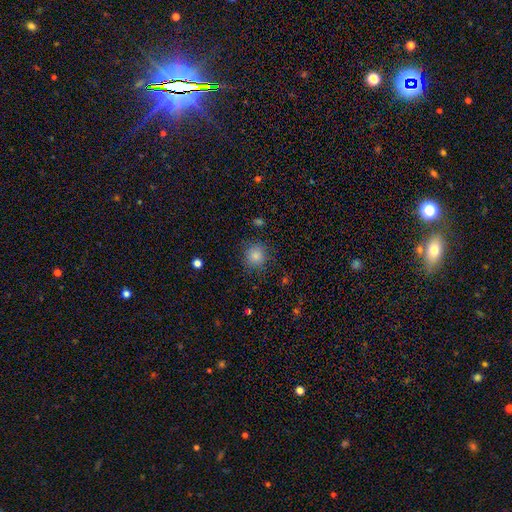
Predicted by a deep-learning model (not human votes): smooth-or-featured: smooth: 83% | star or artifact: 11% | featured or disk: 5%
  how-rounded: round: 89% | in between: 10% | cigar-shaped: 1%
  merging: none: 83% | minor disturbance: 11% | major disturbance: 4% | merger: 1%